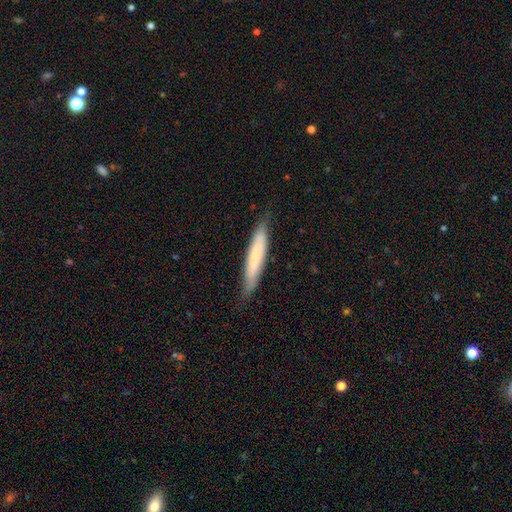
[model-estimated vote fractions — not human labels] smooth 66%, featured or disk 28%, star or artifact 6%. Down the decision tree: how rounded — cigar-shaped (91%); merging — none (81%).